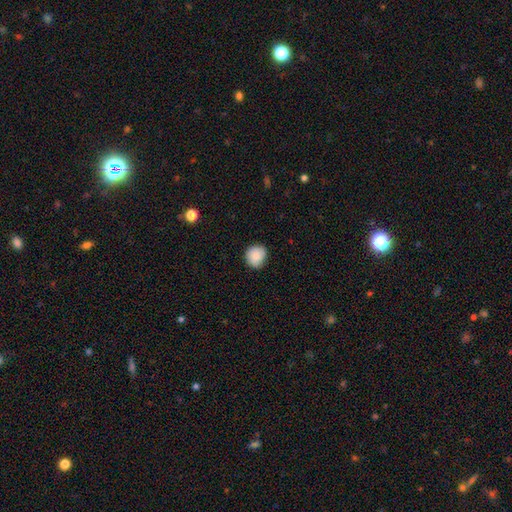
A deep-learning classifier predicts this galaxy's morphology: smooth 87%, star or artifact 8%, featured or disk 5%. Down the decision tree: how rounded — round (84%); merging — none (83%).